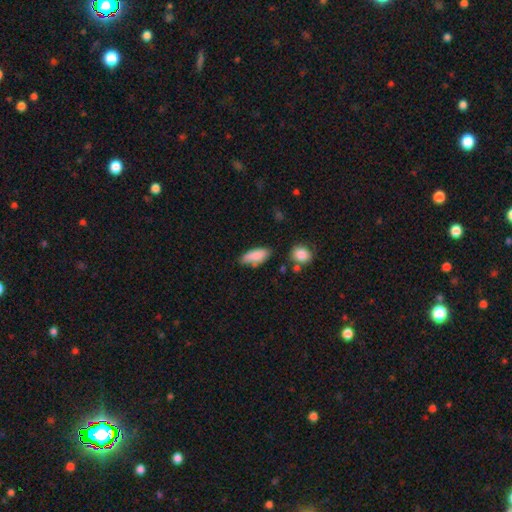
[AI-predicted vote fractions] Smooth or featured? smooth (85%)
How rounded? in between (78%)
Merging? none (66%)